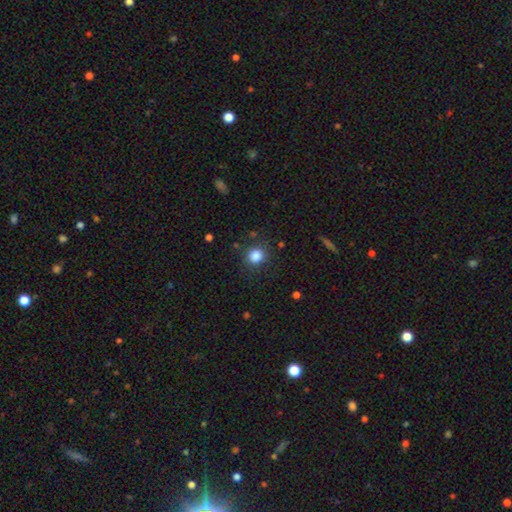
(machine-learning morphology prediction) Smooth or featured? smooth (84%)
How rounded? round (87%)
Merging? none (85%)